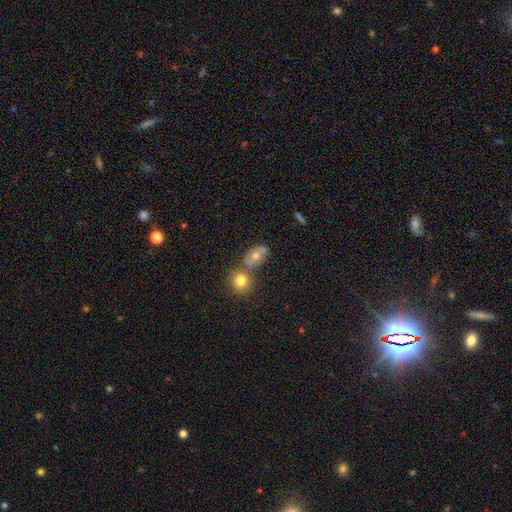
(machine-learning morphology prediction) Smooth or featured?
  - smooth: 56% *
  - featured or disk: 30%
  - star or artifact: 14%
How rounded?
  - in between: 61% *
  - round: 37%
  - cigar-shaped: 2%
Merging?
  - none: 48% *
  - merger: 32%
  - minor disturbance: 14%
  - major disturbance: 6%